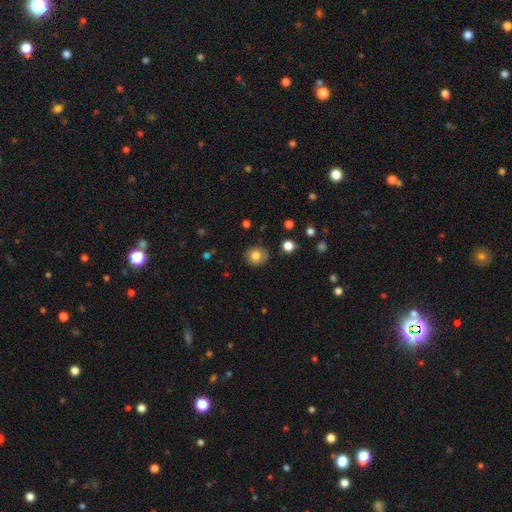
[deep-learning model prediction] Smooth or featured? smooth (80%)
How rounded? round (84%)
Merging? none (83%)